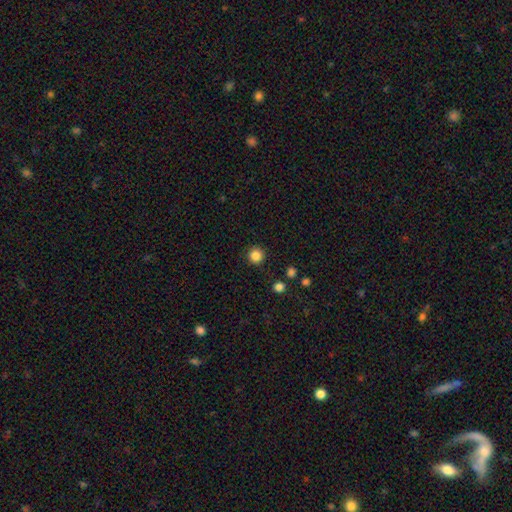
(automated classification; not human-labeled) Smooth or featured: smooth — 85% (star or artifact — 11%)
How rounded: round — 96% (in between — 3%)
Merging: none — 91% (minor disturbance — 5%)